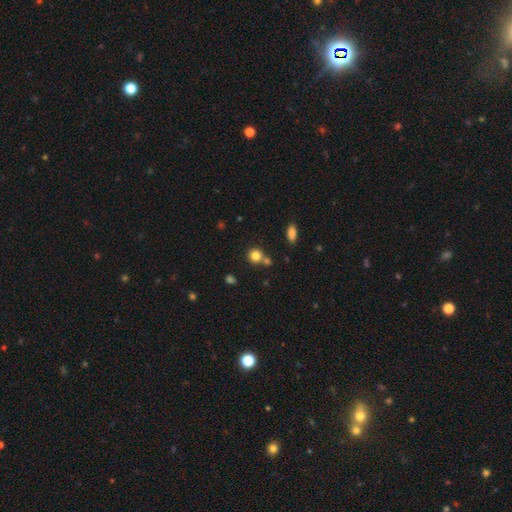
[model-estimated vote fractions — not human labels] A smooth galaxy with no disk features (82%) that is round (87%).

Vote fractions:
- Smooth or featured? smooth: 82% / star or artifact: 12% / featured or disk: 7%
- How rounded? round: 87% / in between: 12% / cigar-shaped: 1%
- Merging? none: 65% / merger: 22% / minor disturbance: 10% / major disturbance: 3%